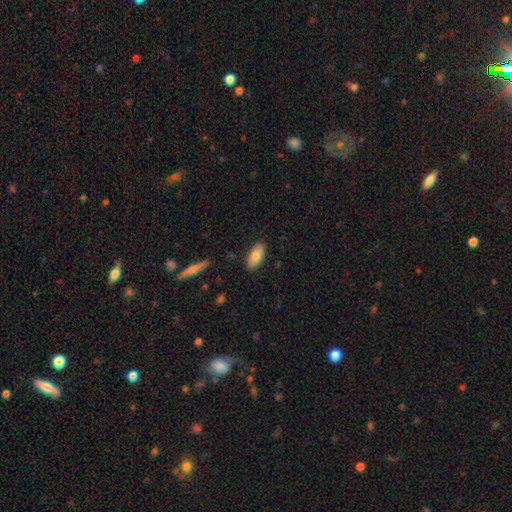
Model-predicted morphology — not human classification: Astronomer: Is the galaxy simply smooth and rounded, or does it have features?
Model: smooth — 81%.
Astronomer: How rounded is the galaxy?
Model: in between — 89%.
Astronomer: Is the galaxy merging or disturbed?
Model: none — 87%.